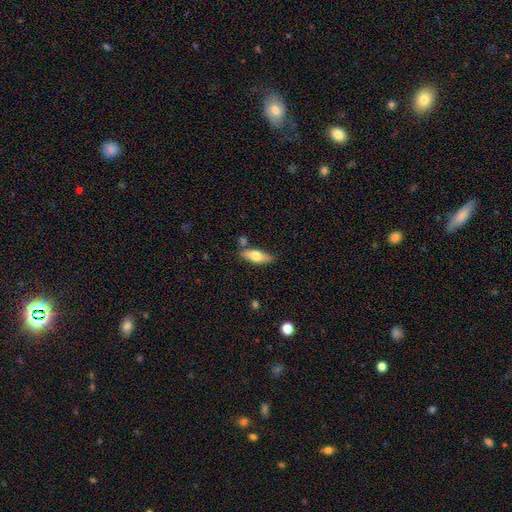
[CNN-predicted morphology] Smooth or featured? smooth (67%)
How rounded? in between (66%)
Merging? none (75%)